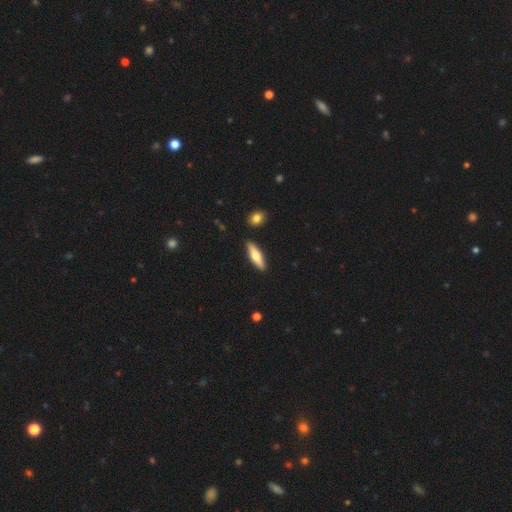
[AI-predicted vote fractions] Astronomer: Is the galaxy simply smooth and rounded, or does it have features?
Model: smooth — 59% (runner-up: featured or disk, 35%).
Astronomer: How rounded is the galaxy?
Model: cigar-shaped — 61% (runner-up: in between, 36%).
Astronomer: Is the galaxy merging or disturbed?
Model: none — 89%.